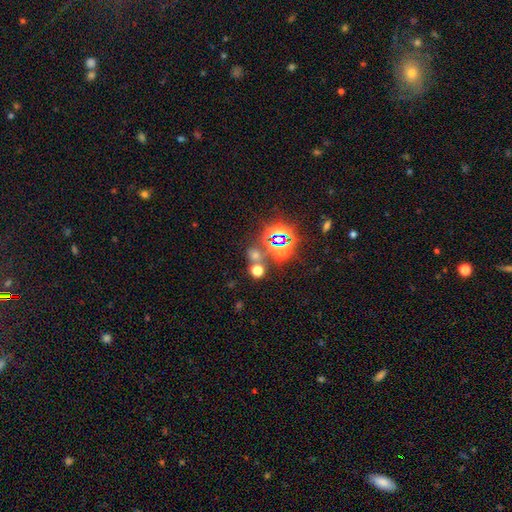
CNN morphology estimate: Smooth or featured? star or artifact (54%)